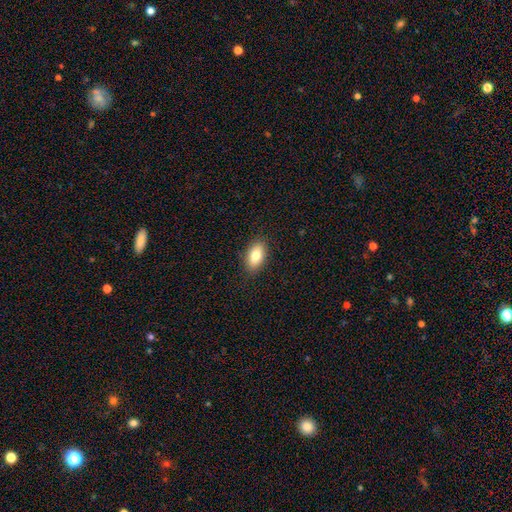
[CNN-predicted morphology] Q: Smooth or featured?
A: smooth (81%); runner-up: featured or disk (12%)
Q: How rounded?
A: in between (91%); runner-up: round (5%)
Q: Merging?
A: none (88%); runner-up: minor disturbance (9%)